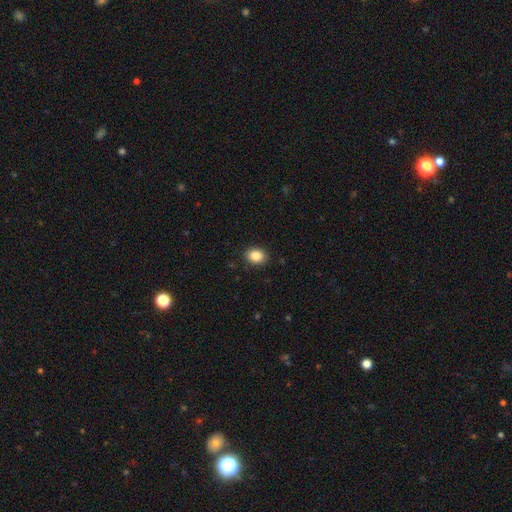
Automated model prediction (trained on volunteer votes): Morphology: type=smooth (88%); roundness=in between (68%); merging=none (89%).